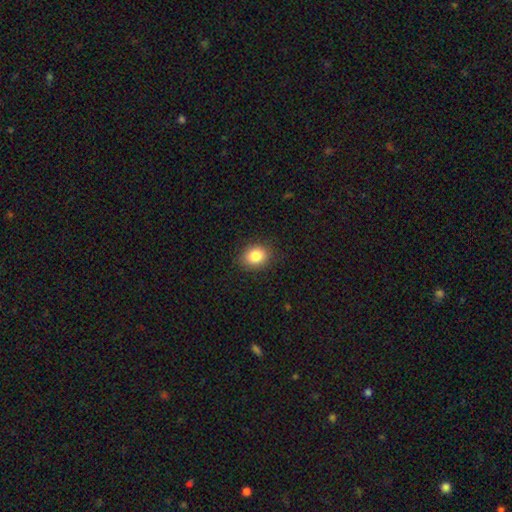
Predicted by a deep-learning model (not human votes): This is clearly a smooth galaxy (84%). How rounded: possibly round (51%). Merging: clearly none (87%).